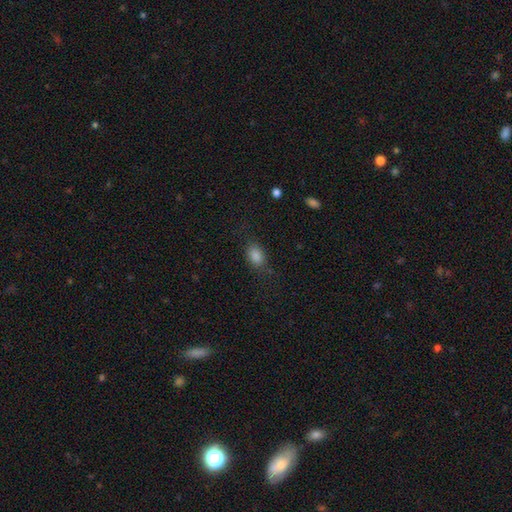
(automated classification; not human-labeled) Smooth or featured?
  - smooth: 81% *
  - star or artifact: 12%
  - featured or disk: 7%
How rounded?
  - in between: 79% *
  - round: 18%
  - cigar-shaped: 3%
Merging?
  - none: 74% *
  - minor disturbance: 17%
  - major disturbance: 8%
  - merger: 1%